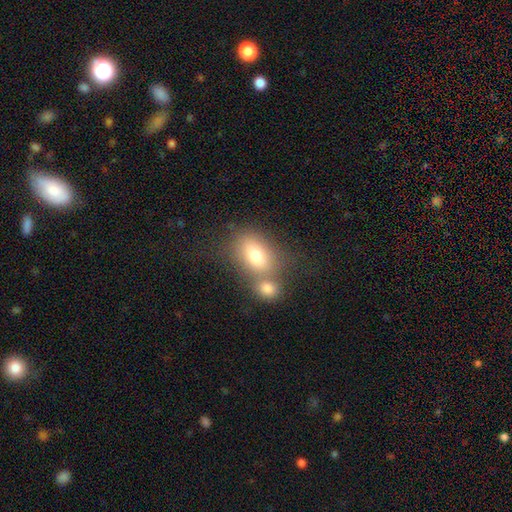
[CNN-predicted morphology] smooth 74%, featured or disk 16%, star or artifact 9%. Down the decision tree: how rounded — in between (78%); merging — merger (44%).